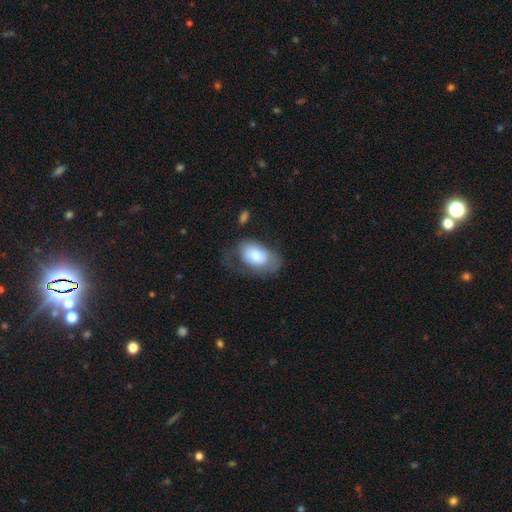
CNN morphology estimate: Smooth or featured? smooth (71%)
How rounded? in between (89%)
Merging? none (41%)